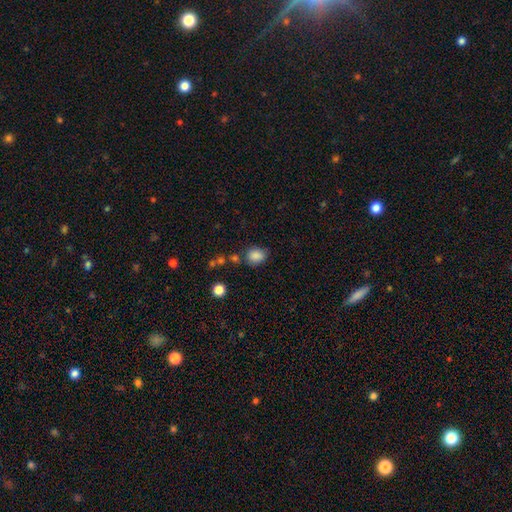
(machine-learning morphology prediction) The model was most divided on "how rounded": round: 50%, in between: 49%, cigar-shaped: 1%. More confident: smooth or featured — smooth (85%); merging — none (70%).